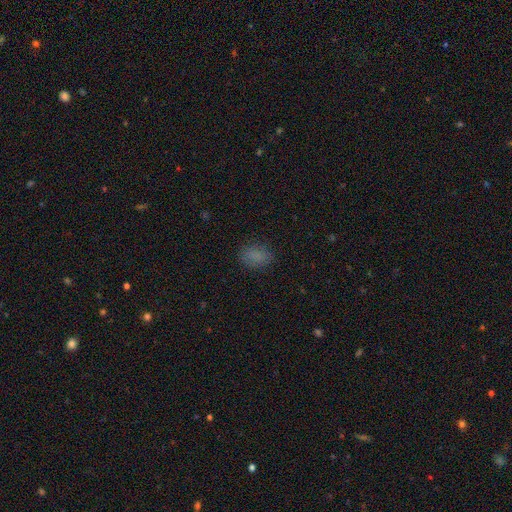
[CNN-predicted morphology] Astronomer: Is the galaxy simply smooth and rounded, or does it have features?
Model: smooth — 82%.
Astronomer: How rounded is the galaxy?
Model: in between — 76%.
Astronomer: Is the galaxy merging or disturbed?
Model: none — 82%.